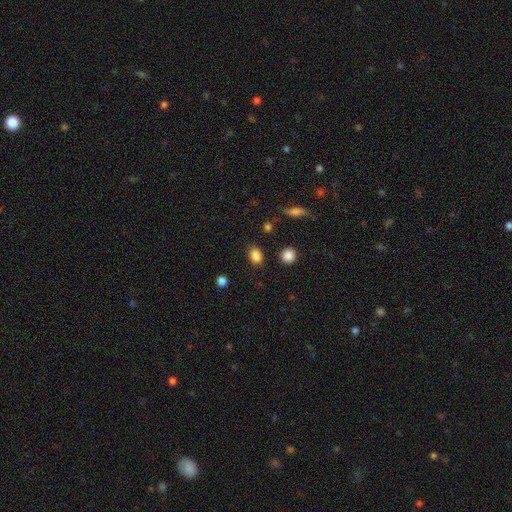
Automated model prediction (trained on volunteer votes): Smooth or featured? Predicted: smooth (p=0.86). How rounded? Predicted: in between (p=0.74). Merging? Predicted: none (p=0.81).